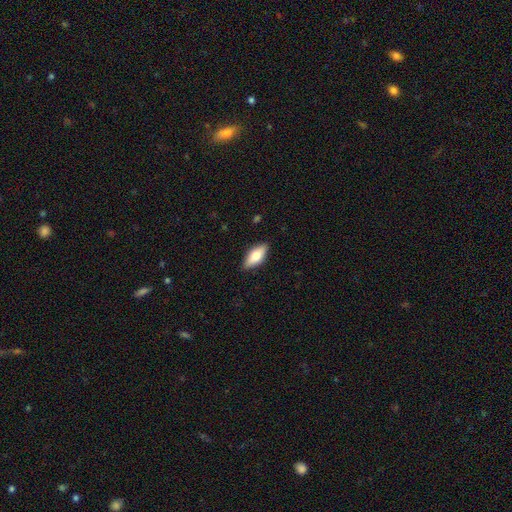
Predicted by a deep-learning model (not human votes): This is likely a smooth galaxy (69%). How rounded: likely in between (79%). Merging: clearly none (86%).